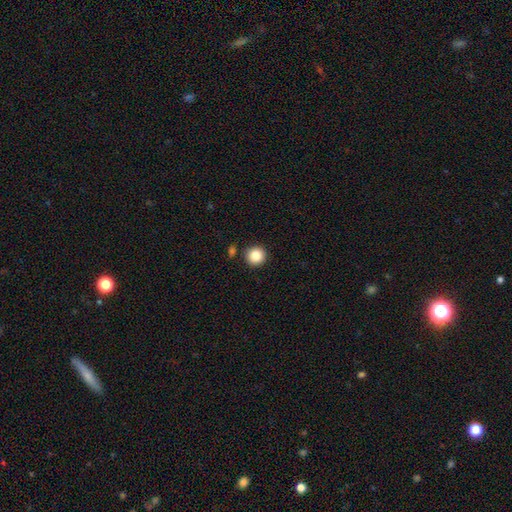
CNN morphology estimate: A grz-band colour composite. It shows a smooth galaxy with no disk features (87%) that is round (95%). Merging: none (89%).